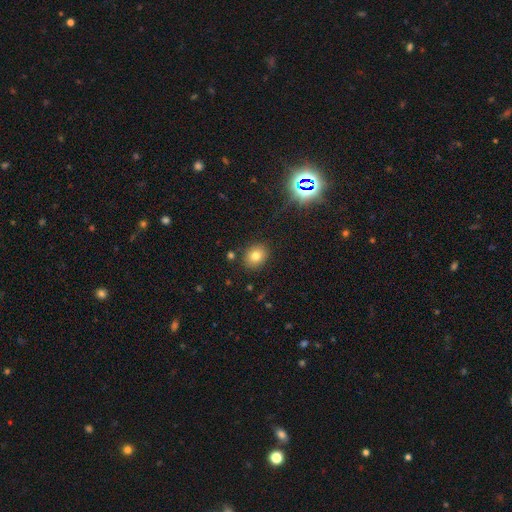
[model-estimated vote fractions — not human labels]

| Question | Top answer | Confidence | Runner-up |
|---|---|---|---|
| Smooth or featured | smooth | 76% | star or artifact (14%) |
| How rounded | round | 61% | in between (38%) |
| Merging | none | 87% | minor disturbance (8%) |